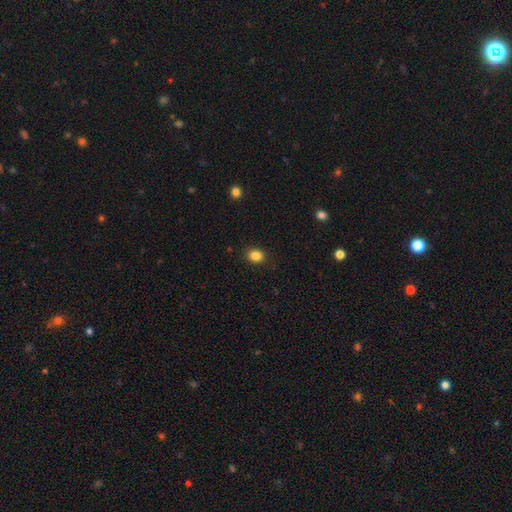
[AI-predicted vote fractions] A smooth galaxy with no disk features (85%) that is round (58%). Merging: none (90%).